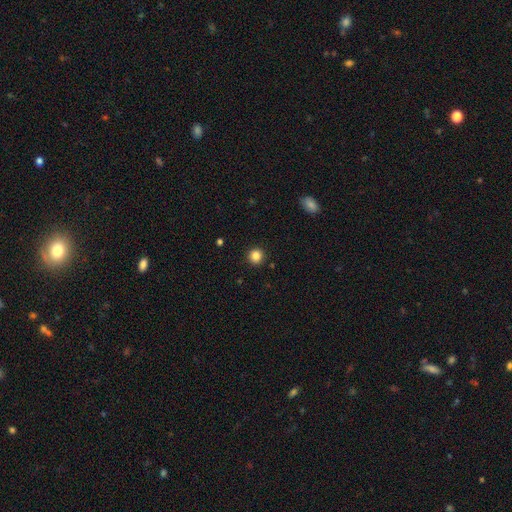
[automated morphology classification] A smooth galaxy with no disk features (85%) that is round (94%). Merging: none (93%).